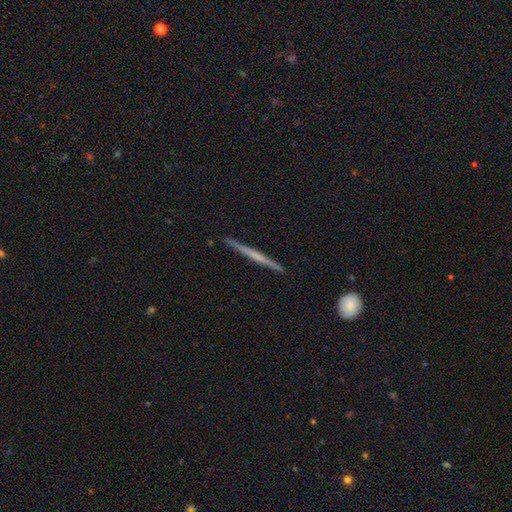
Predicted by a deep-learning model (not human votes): smooth-or-featured: featured or disk: 61% | smooth: 33% | star or artifact: 5%
  disk-edge-on: yes: 98% | no: 2%
    edge-on-bulge: none: 71% | rounded: 21% | boxy: 8%
  merging: none: 91% | minor disturbance: 7% | major disturbance: 1% | merger: 1%